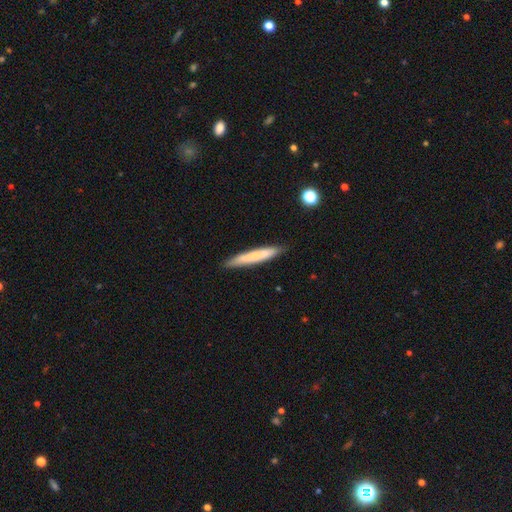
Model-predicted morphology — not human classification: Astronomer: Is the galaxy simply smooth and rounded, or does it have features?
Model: smooth — 67%.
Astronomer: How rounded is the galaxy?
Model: cigar-shaped — 94%.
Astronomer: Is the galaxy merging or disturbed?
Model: none — 88%.